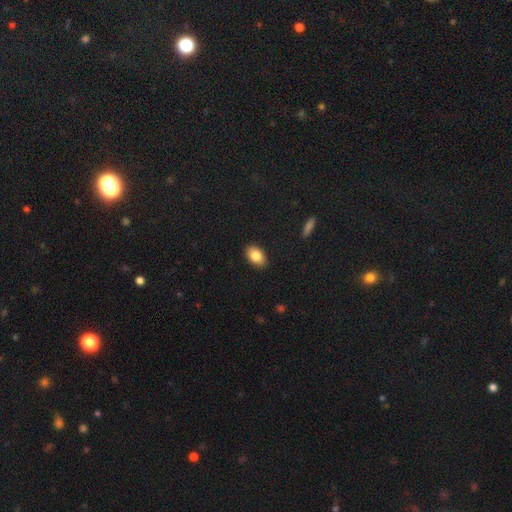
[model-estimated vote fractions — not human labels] This is clearly a smooth galaxy (83%). How rounded: clearly in between (89%). Merging: clearly none (89%).